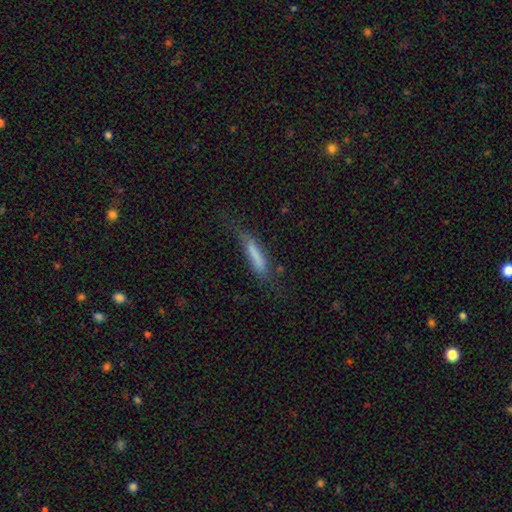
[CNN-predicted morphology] type=smooth (70%); roundness=cigar-shaped (87%); merging=none (51%).